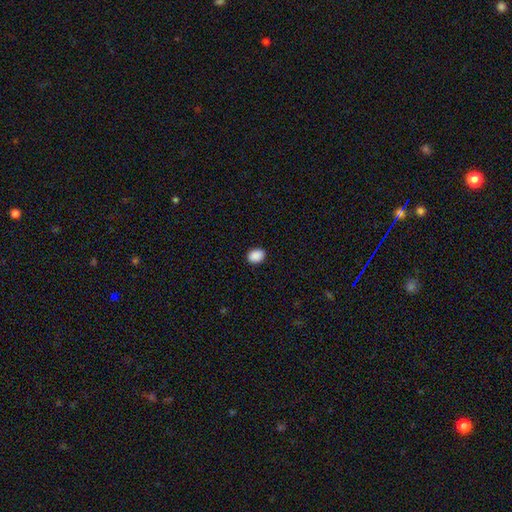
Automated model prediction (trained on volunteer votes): smooth 90%, star or artifact 8%, featured or disk 2%. Down the decision tree: how rounded — in between (63%); merging — none (90%).